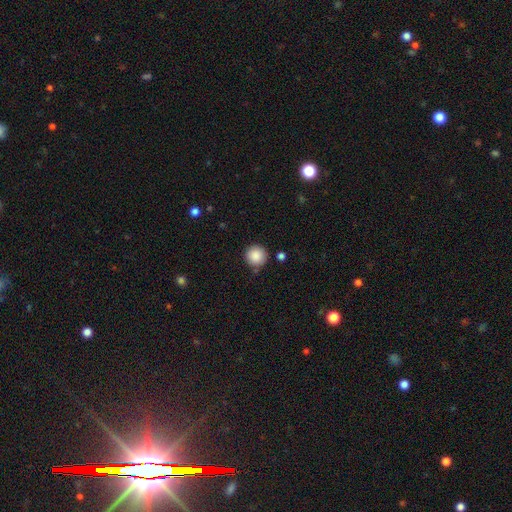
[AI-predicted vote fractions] Smooth or featured? Predicted: smooth (p=0.88). How rounded? Predicted: round (p=0.95). Merging? Predicted: none (p=0.84).